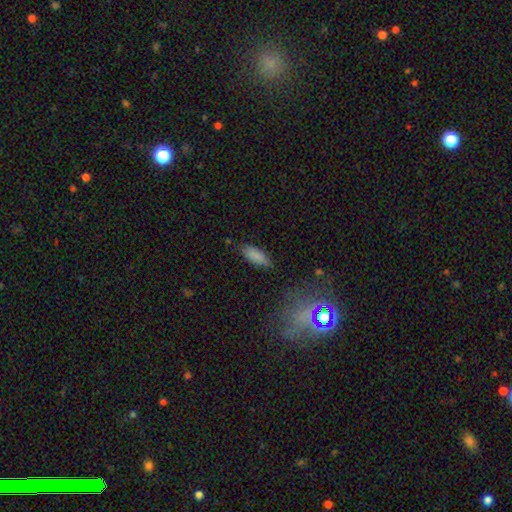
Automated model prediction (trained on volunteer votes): smooth-or-featured: smooth: 85% | star or artifact: 8% | featured or disk: 7%
  how-rounded: in between: 74% | cigar-shaped: 24% | round: 2%
  merging: none: 78% | minor disturbance: 17% | major disturbance: 4% | merger: 2%